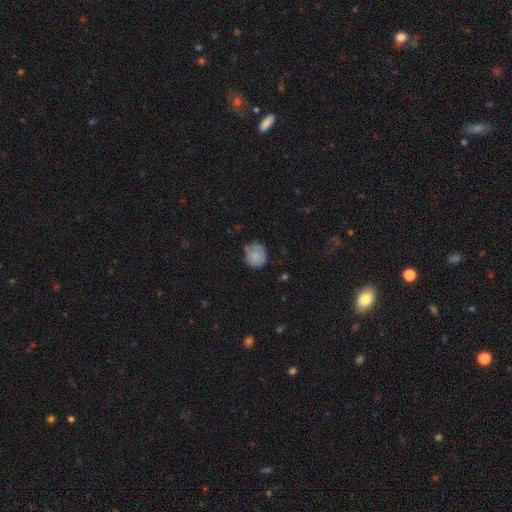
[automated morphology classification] Smooth or featured: smooth — 78% (featured or disk — 15%)
How rounded: round — 87% (in between — 12%)
Merging: none — 64% (minor disturbance — 25%)